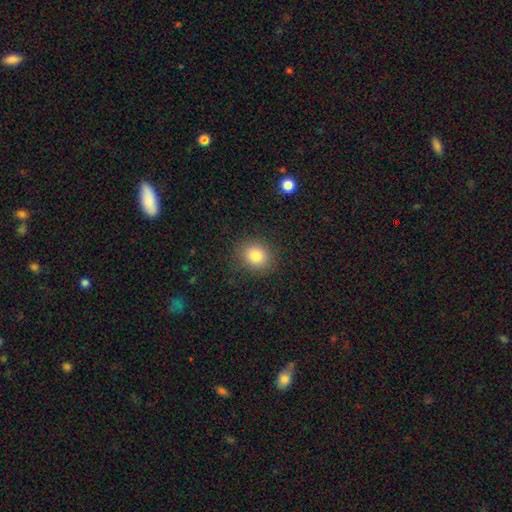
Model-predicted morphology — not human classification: Smooth or featured: smooth — 82% (star or artifact — 11%)
How rounded: round — 68% (in between — 31%)
Merging: none — 86% (minor disturbance — 9%)